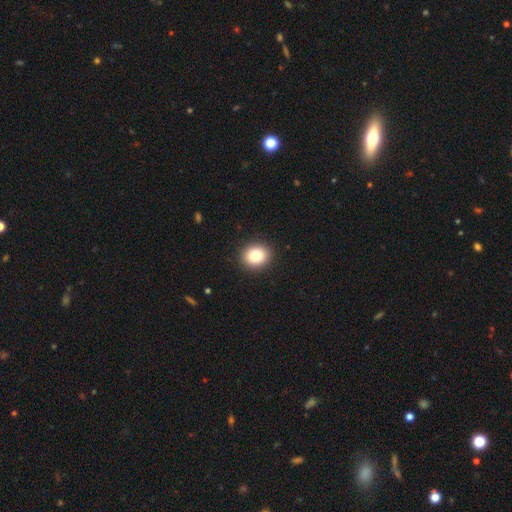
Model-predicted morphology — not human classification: Smooth or featured? smooth (82%)
How rounded? round (73%)
Merging? none (92%)